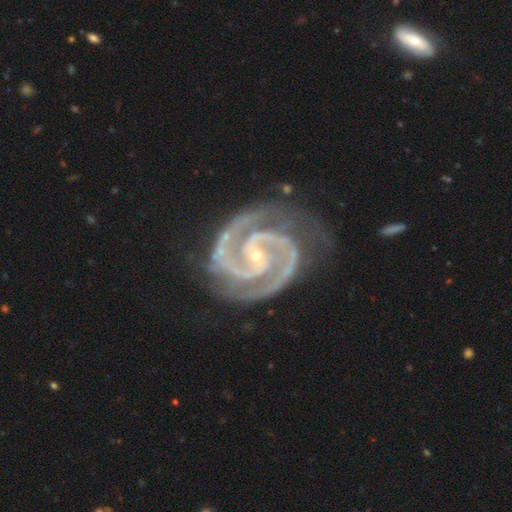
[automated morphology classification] Smooth or featured? Predicted: featured or disk (p=0.95). Edge-on disk? Predicted: no (p=0.98). Bar? Predicted: no (p=0.43). Spiral arms? Predicted: yes (p=0.99). Spiral winding? Predicted: tight (p=0.53). Spiral arm count? Predicted: 2 (p=0.89). Bulge size? Predicted: small (p=0.83). Merging? Predicted: none (p=0.70).